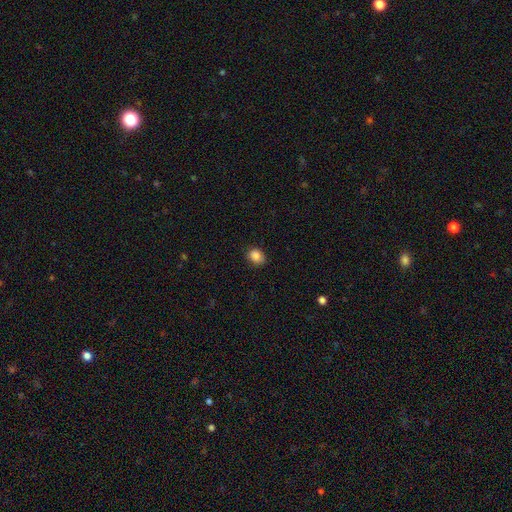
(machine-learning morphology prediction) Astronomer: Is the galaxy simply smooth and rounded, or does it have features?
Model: smooth — 86%.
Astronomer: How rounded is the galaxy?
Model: round — 52% (runner-up: in between, 47%).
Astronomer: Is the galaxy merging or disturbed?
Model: none — 83%.